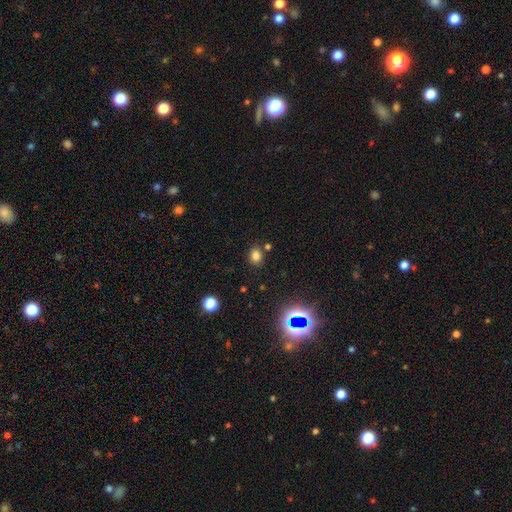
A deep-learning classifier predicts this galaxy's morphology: smooth-or-featured: smooth: 77% | star or artifact: 17% | featured or disk: 6%
  how-rounded: round: 64% | in between: 35% | cigar-shaped: 1%
  merging: none: 80% | minor disturbance: 10% | merger: 8% | major disturbance: 3%